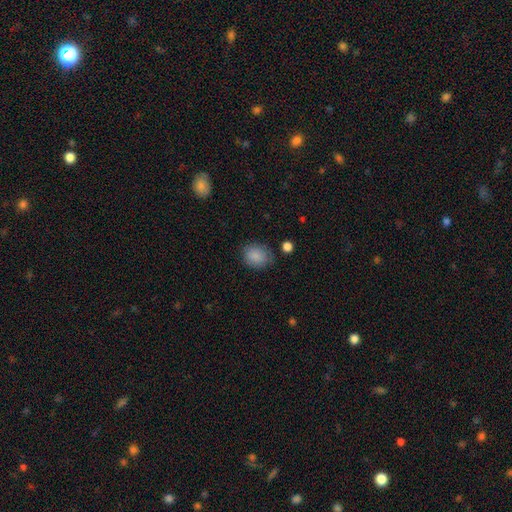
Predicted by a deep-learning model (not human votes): Morphology: type=smooth (87%); roundness=round (53%); merging=none (77%).